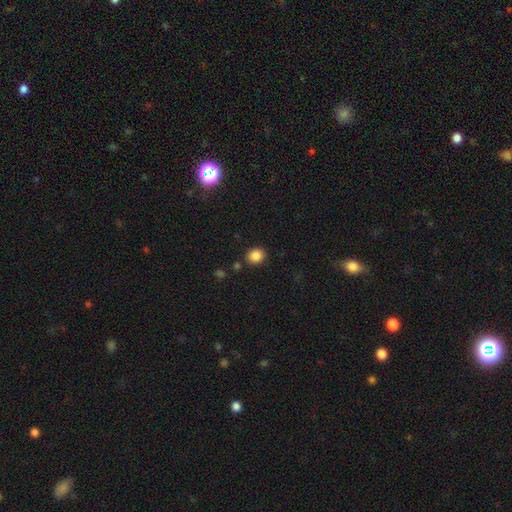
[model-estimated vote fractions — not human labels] The model was most divided on "how rounded": round: 74%, in between: 26%, cigar-shaped: 1%. More confident: smooth or featured — smooth (86%); merging — none (85%).